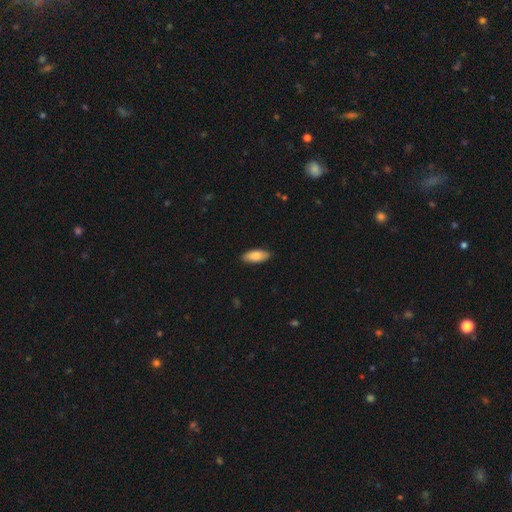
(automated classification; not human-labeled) Q: Smooth or featured?
A: smooth (86%); runner-up: featured or disk (8%)
Q: How rounded?
A: in between (85%); runner-up: cigar-shaped (13%)
Q: Merging?
A: none (88%); runner-up: minor disturbance (9%)